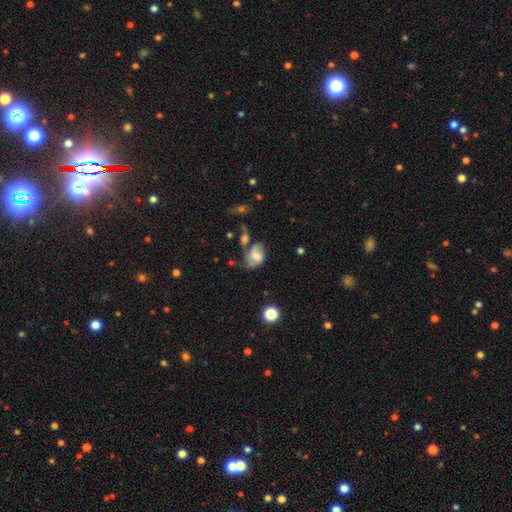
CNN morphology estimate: Smooth or featured? Predicted: featured or disk (p=0.47). Merging? Predicted: none (p=0.29).